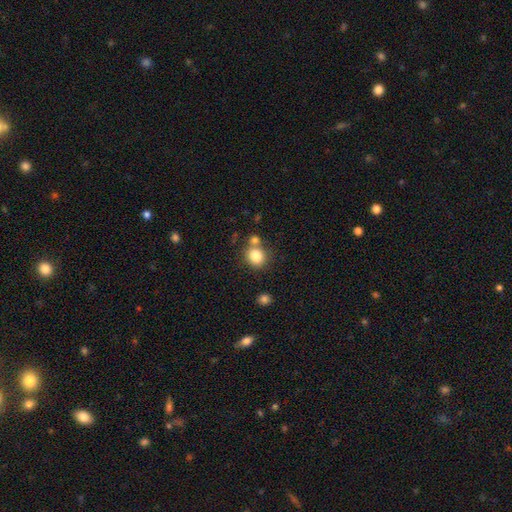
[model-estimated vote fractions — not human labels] Smooth or featured? smooth (82%)
How rounded? round (79%)
Merging? none (67%)